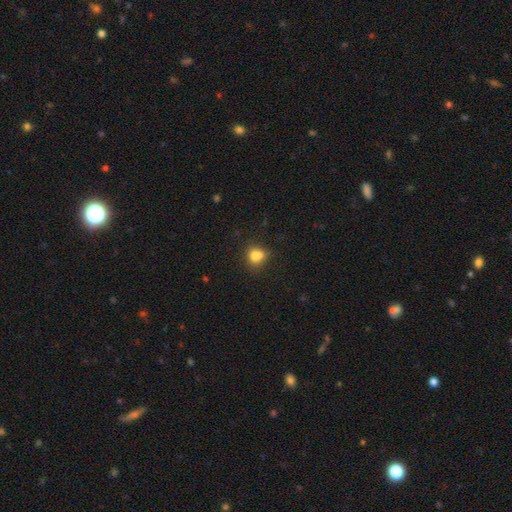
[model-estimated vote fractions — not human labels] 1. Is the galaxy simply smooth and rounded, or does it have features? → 76% smooth, 12% star or artifact, 12% featured or disk.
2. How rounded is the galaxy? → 70% round, 29% in between, 1% cigar-shaped.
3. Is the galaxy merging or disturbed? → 46% none, 32% merger, 16% minor disturbance, 6% major disturbance.